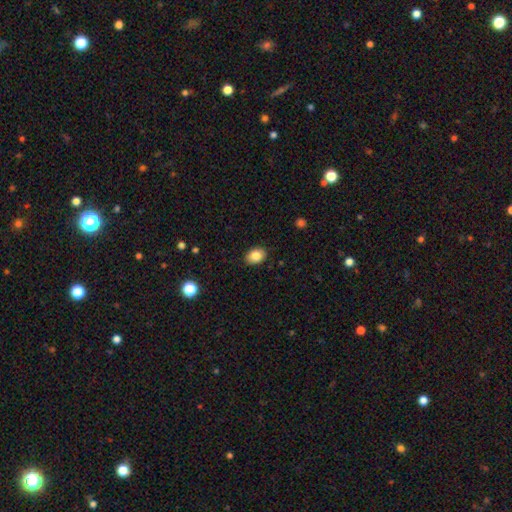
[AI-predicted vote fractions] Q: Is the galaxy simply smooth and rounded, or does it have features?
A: smooth — 85%.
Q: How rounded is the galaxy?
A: in between — 70%.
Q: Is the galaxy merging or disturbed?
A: none — 88%.